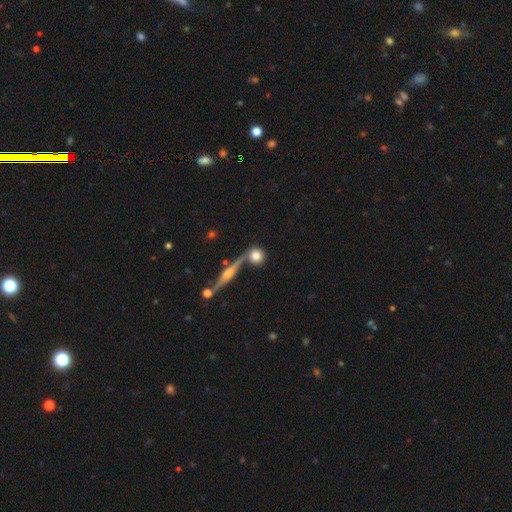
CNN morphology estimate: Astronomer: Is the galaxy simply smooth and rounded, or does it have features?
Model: smooth — 73%.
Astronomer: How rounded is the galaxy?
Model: round — 89%.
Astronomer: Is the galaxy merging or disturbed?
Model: none — 68%.